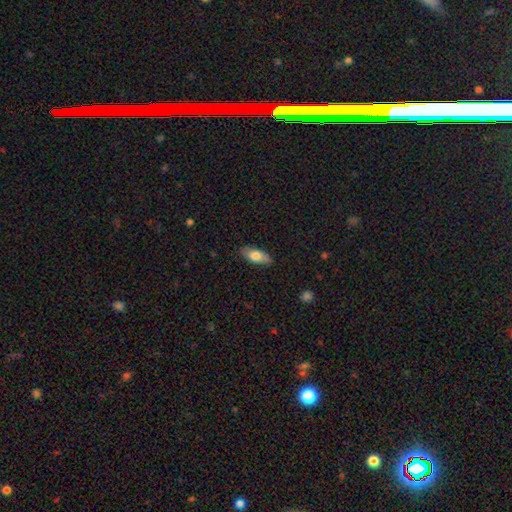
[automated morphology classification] Smooth or featured? Predicted: smooth (p=0.74). How rounded? Predicted: in between (p=0.80). Merging? Predicted: none (p=0.85).